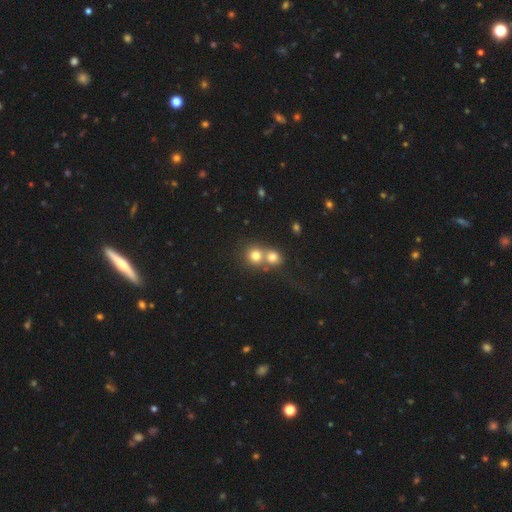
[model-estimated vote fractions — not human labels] smooth 74%, star or artifact 13%, featured or disk 13%. Down the decision tree: how rounded — round (85%); merging — merger (57%).